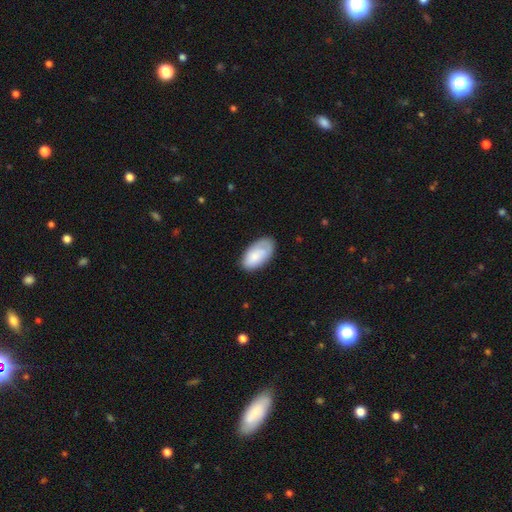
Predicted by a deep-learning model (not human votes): The model was most divided on "merging": none: 74%, minor disturbance: 20%, major disturbance: 5%, merger: 1%. More confident: how rounded — in between (95%); smooth or featured — smooth (77%).